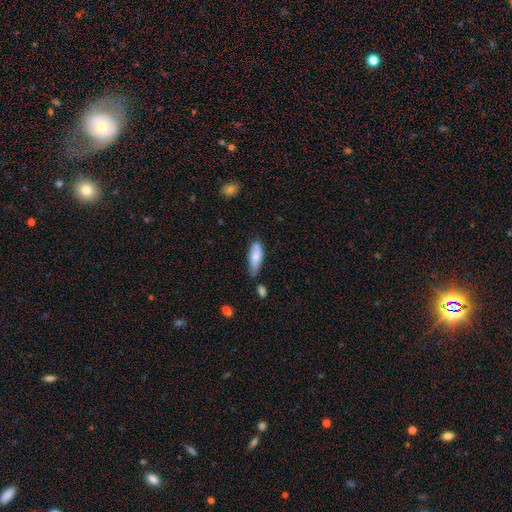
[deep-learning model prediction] This is likely a smooth galaxy (73%). How rounded: likely in between (72%). Merging: possibly none (45%).